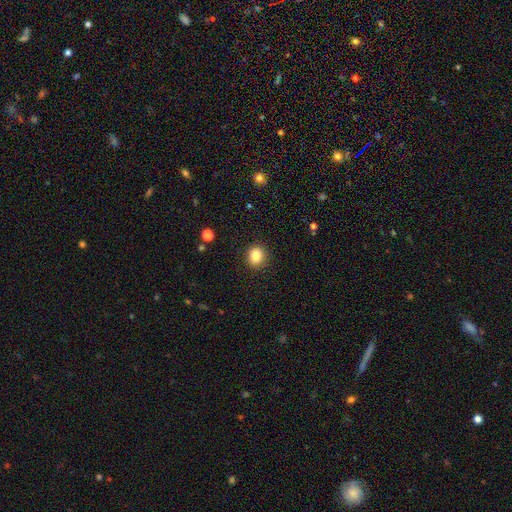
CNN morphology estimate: Smooth or featured?
  - smooth: 85% *
  - star or artifact: 10%
  - featured or disk: 5%
How rounded?
  - round: 73% *
  - in between: 26%
  - cigar-shaped: 1%
Merging?
  - none: 90% *
  - minor disturbance: 7%
  - major disturbance: 2%
  - merger: 1%